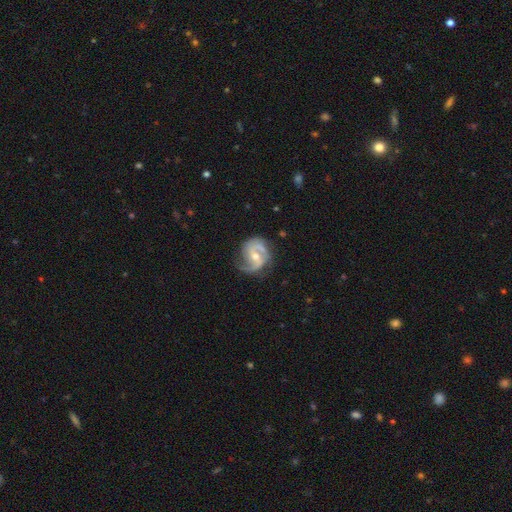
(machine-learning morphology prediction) type=featured or disk (86%); edge-on=no (98%); bar=weak (44%); spiral arms=yes (96%); winding=medium (50%); arm count=2 (77%); bulge=moderate (55%); merging=none (65%).